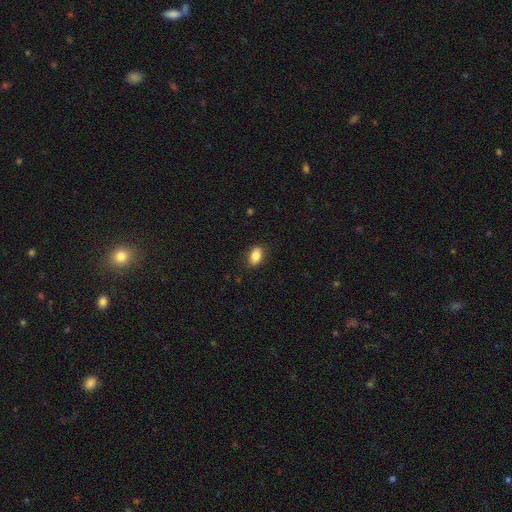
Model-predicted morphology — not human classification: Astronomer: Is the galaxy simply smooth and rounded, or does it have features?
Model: smooth — 85%.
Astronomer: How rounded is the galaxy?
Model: in between — 88%.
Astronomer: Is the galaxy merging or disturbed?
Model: none — 86%.